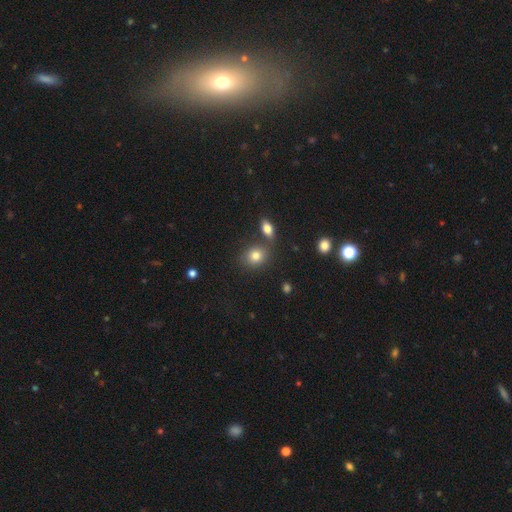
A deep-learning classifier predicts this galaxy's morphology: This appears to be a smooth galaxy with no disk features (79%) that is round (57%). Merging: none (68%).